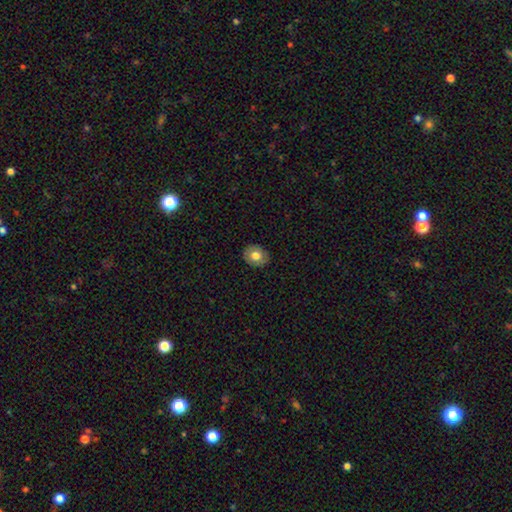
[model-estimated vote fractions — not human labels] The model was most divided on "how rounded": round: 56%, in between: 43%, cigar-shaped: 1%. More confident: merging — none (87%); smooth or featured — smooth (73%).